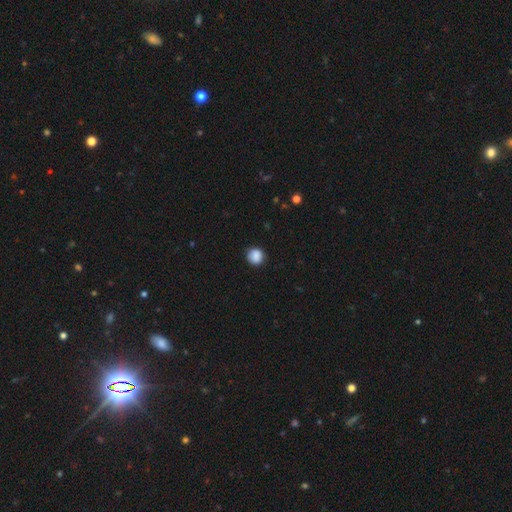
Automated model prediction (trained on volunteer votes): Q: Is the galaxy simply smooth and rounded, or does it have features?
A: smooth — 87%.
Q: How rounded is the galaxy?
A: round — 90%.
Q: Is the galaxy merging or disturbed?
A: none — 84%.